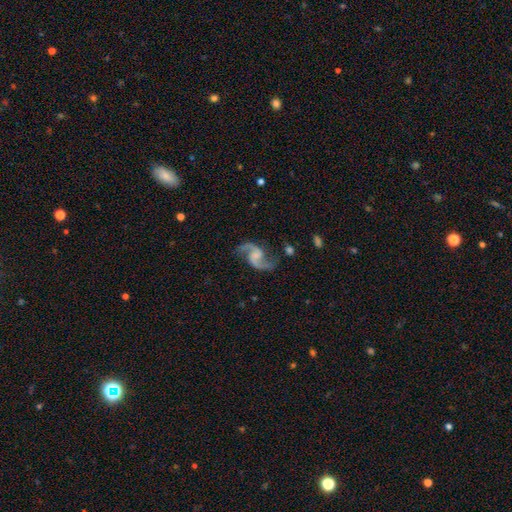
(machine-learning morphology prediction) This is clearly a featured or disk galaxy (91%). It is clearly not viewed edge-on (98%). Bar: possibly no (47%). Spiral arm pattern: clearly yes (98%). Spiral arm count: clearly 2 (94%). Spiral winding: likely loose (68%). Central bulge: possibly none (58%). Merging: likely none (75%).